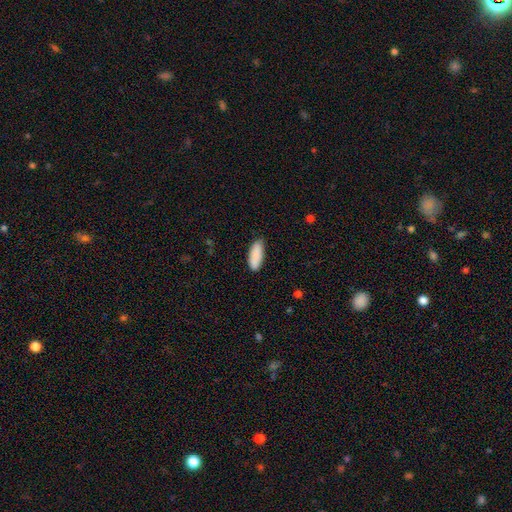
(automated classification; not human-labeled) smooth 89%, star or artifact 6%, featured or disk 5%. Down the decision tree: how rounded — in between (77%); merging — none (81%).